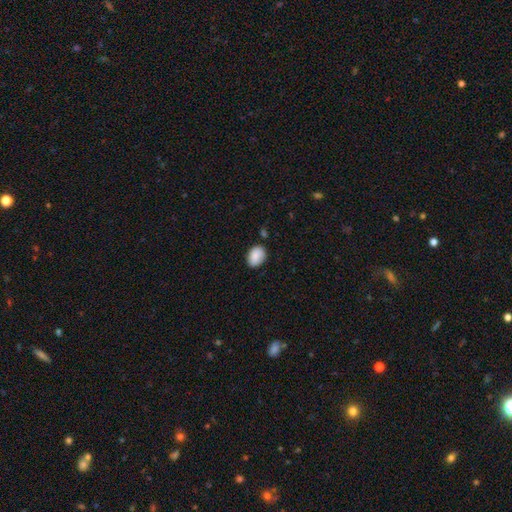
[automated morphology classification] Q: Smooth or featured?
A: smooth (88%); runner-up: star or artifact (7%)
Q: How rounded?
A: in between (76%); runner-up: round (23%)
Q: Merging?
A: none (75%); runner-up: minor disturbance (18%)